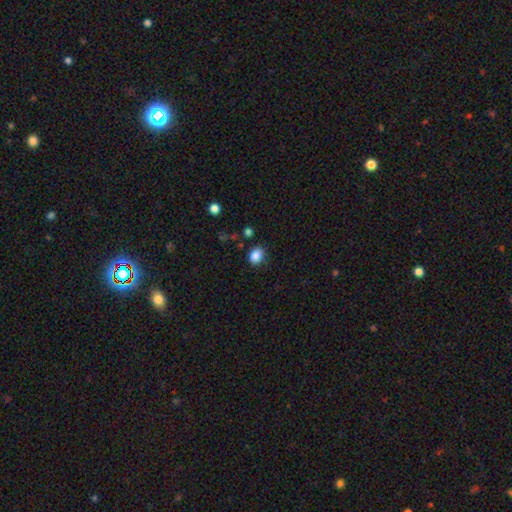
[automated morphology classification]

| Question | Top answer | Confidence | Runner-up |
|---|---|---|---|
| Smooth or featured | smooth | 85% | star or artifact (10%) |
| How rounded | in between | 53% | round (46%) |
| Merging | none | 80% | minor disturbance (14%) |